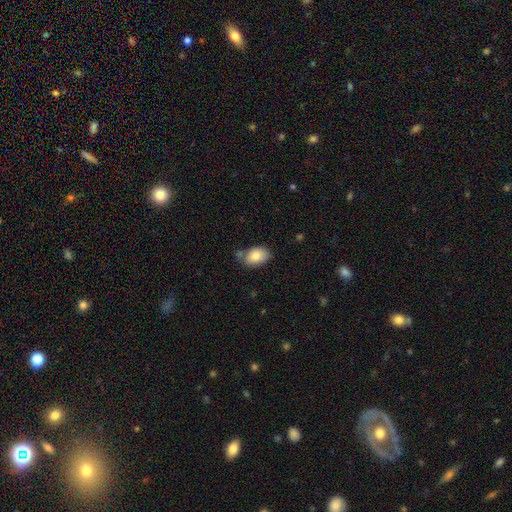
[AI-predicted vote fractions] Q: Smooth or featured?
A: smooth (84%); runner-up: featured or disk (9%)
Q: How rounded?
A: in between (85%); runner-up: round (14%)
Q: Merging?
A: none (65%); runner-up: minor disturbance (21%)